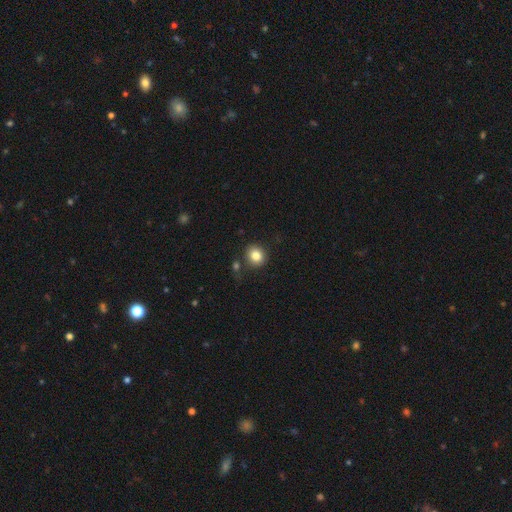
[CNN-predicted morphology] Smooth or featured? smooth (83%)
How rounded? round (82%)
Merging? none (79%)